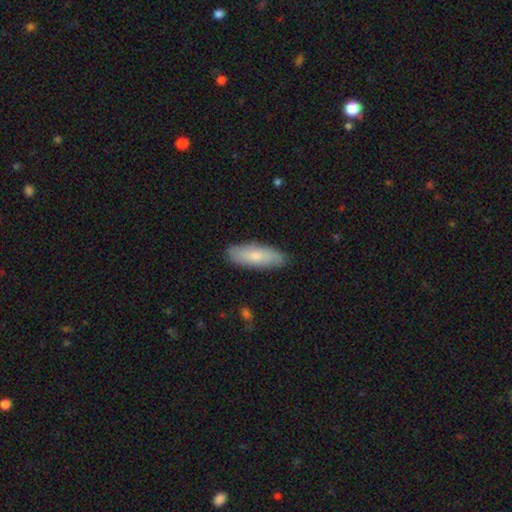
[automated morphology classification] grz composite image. It shows a smooth galaxy with no disk features (73%) that is in between round and cigar-shaped (66%). Merging: none (85%).